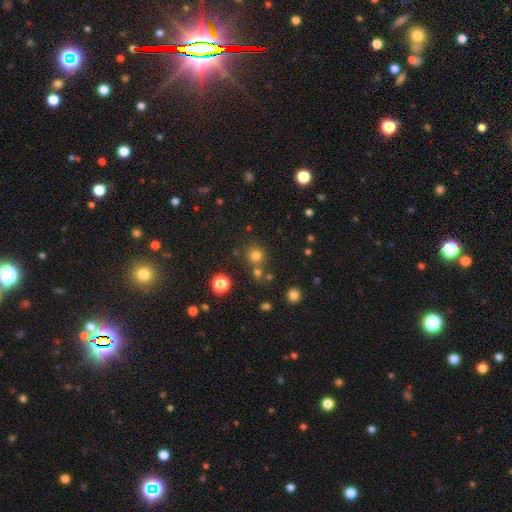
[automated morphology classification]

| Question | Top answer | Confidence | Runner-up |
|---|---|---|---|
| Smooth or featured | smooth | 75% | star or artifact (19%) |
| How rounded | round | 91% | in between (8%) |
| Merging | none | 74% | merger (14%) |